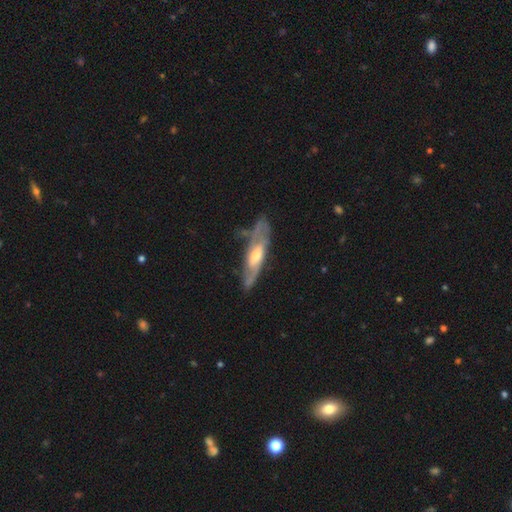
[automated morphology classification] smooth-or-featured: featured or disk: 75% | smooth: 19% | star or artifact: 6%
  disk-edge-on: no: 59% | yes: 41%
  merging: none: 59% | minor disturbance: 25% | major disturbance: 12% | merger: 4%